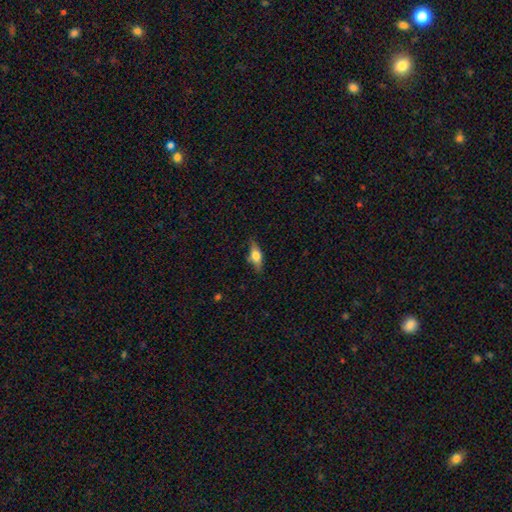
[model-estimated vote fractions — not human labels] smooth_or_featured: smooth (p=0.54) [alt: featured or disk p=0.38]
how_rounded: in between (p=0.62) [alt: cigar-shaped p=0.34]
merging: none (p=0.80) [alt: minor disturbance p=0.15]